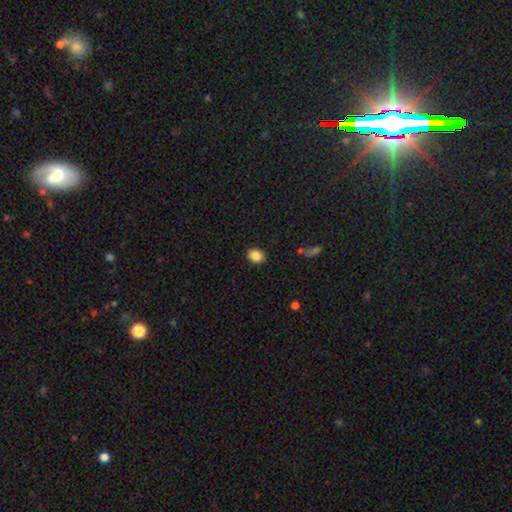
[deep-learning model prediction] smooth 87%, star or artifact 9%, featured or disk 5%. Down the decision tree: how rounded — in between (58%); merging — none (88%).